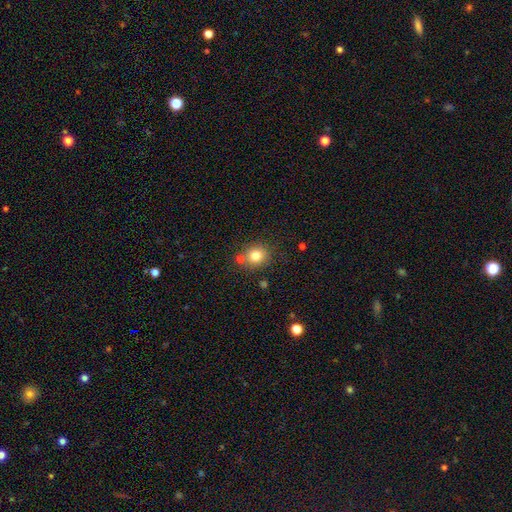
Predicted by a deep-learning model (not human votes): A smooth galaxy with no disk features (80%) that is round (83%).

Vote fractions:
- Smooth or featured? smooth: 80% / star or artifact: 11% / featured or disk: 9%
- How rounded? round: 83% / in between: 17% / cigar-shaped: 1%
- Merging? none: 72% / merger: 14% / minor disturbance: 10% / major disturbance: 3%